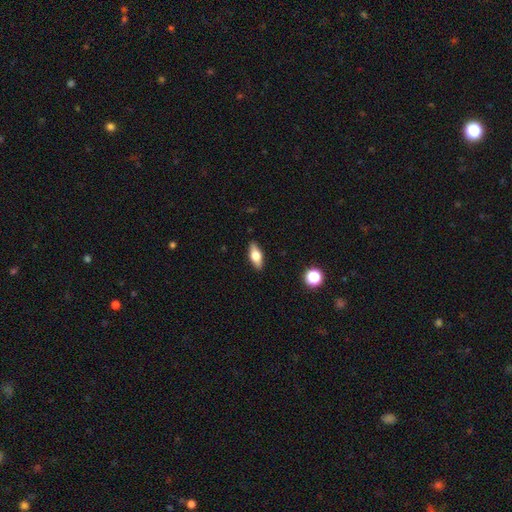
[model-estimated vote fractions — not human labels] This appears to be a smooth galaxy with no disk features (60%) that is in between round and cigar-shaped (76%). Merging: none (88%).